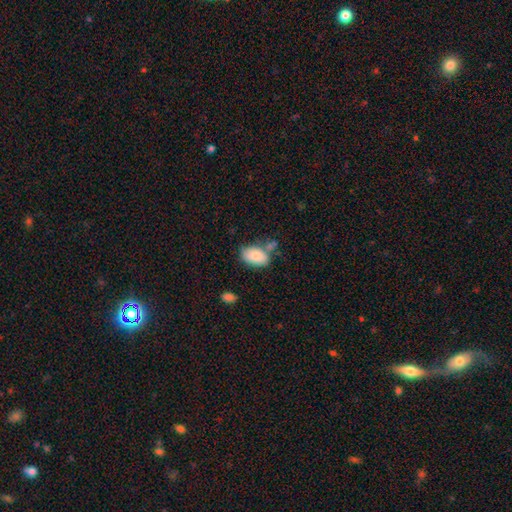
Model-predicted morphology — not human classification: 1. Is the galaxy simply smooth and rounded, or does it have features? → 85% smooth, 8% featured or disk, 7% star or artifact.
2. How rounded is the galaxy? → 92% in between, 6% round, 1% cigar-shaped.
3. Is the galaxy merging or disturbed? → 57% none, 21% minor disturbance, 15% merger, 6% major disturbance.